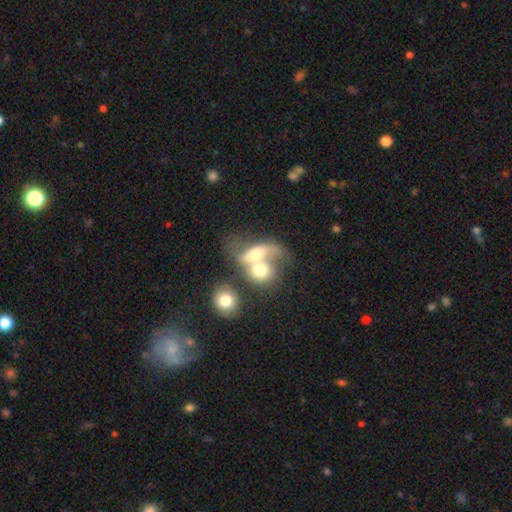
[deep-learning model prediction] Smooth or featured? smooth (52%)
How rounded? in between (61%)
Merging? merger (70%)